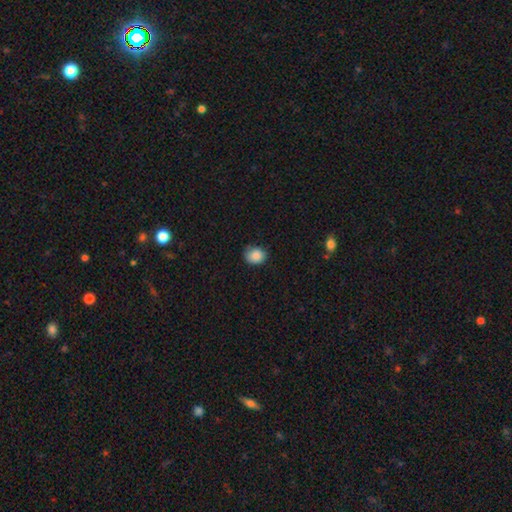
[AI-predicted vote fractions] smooth 87%, star or artifact 9%, featured or disk 4%. Down the decision tree: how rounded — round (66%); merging — none (75%).